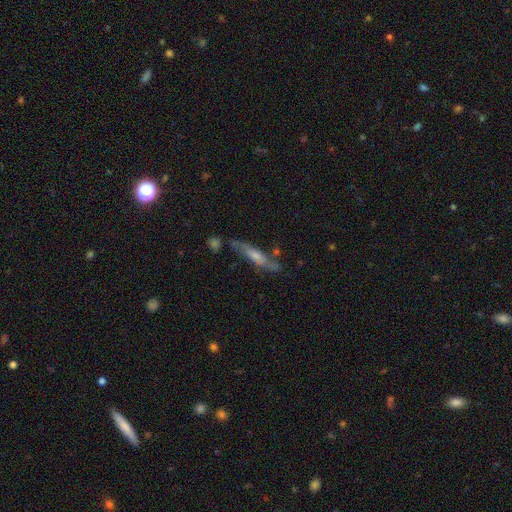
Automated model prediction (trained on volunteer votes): Q: Smooth or featured?
A: featured or disk (64%); runner-up: smooth (28%)
Q: Edge-on disk?
A: yes (62%); runner-up: no (38%)
Q: Merging?
A: none (65%); runner-up: minor disturbance (19%)